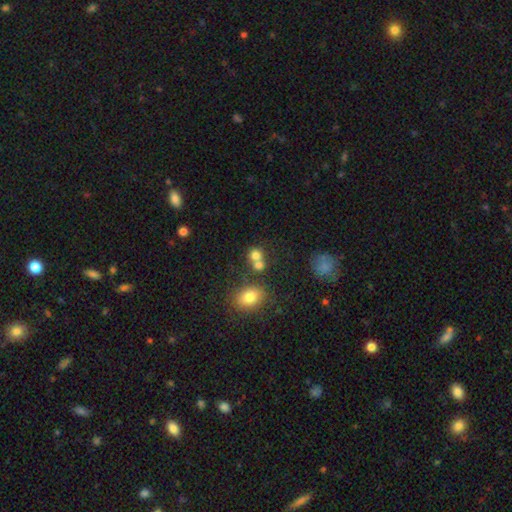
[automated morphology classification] type=smooth (75%); roundness=round (79%); merging=merger (46%).